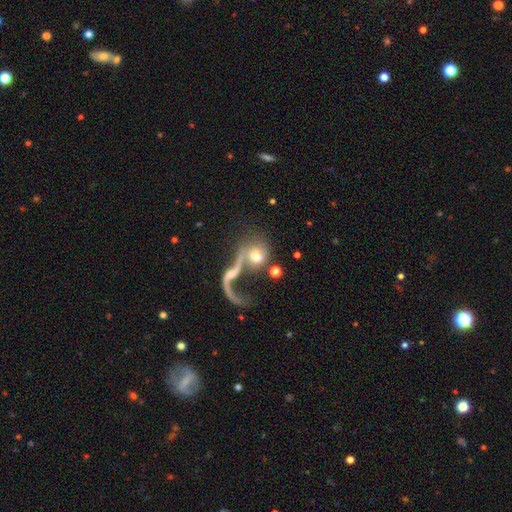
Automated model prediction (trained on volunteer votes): Morphology: type=featured or disk (48%); merging=merger (43%).